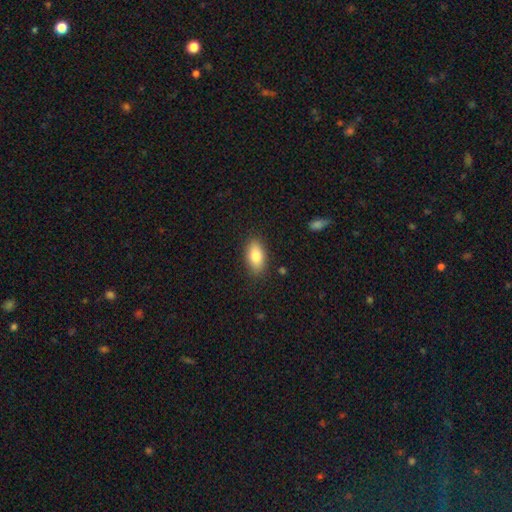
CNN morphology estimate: A smooth galaxy with no disk features (83%) that is in between round and cigar-shaped (90%). Merging: none (86%).